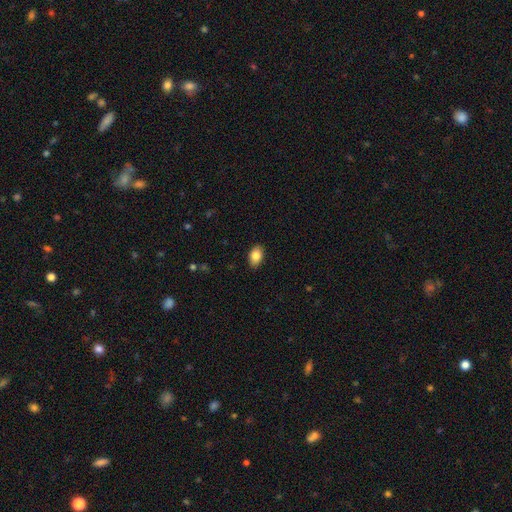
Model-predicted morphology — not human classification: Smooth or featured?
  - smooth: 84% *
  - featured or disk: 8%
  - star or artifact: 8%
How rounded?
  - in between: 88% *
  - round: 10%
  - cigar-shaped: 2%
Merging?
  - none: 88% *
  - minor disturbance: 9%
  - major disturbance: 2%
  - merger: 1%